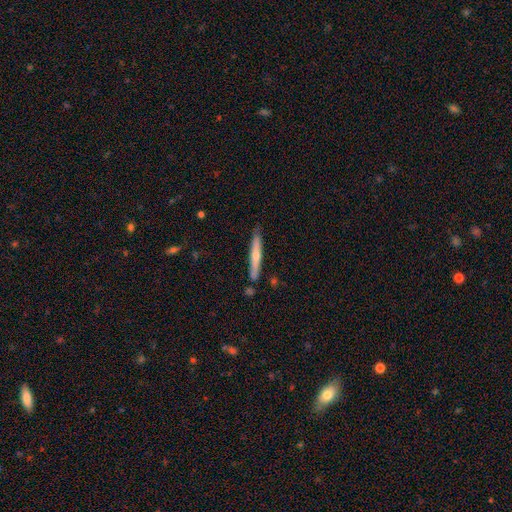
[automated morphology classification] type=featured or disk (58%); edge-on=yes (95%); edge-on bulge=rounded (76%); merging=none (85%).